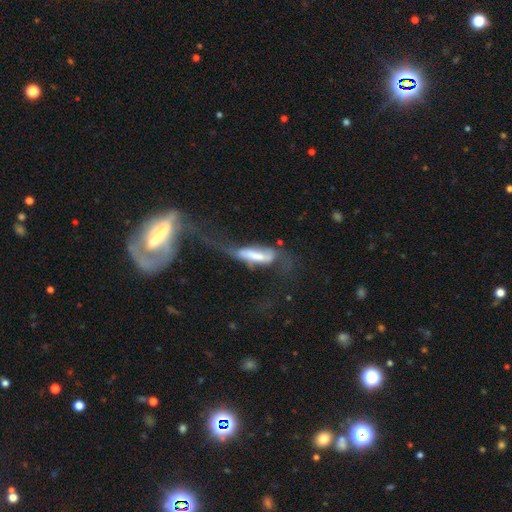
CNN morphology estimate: smooth_or_featured: smooth (p=0.49) [alt: featured or disk p=0.43]
merging: major disturbance (p=0.56) [alt: none p=0.16]